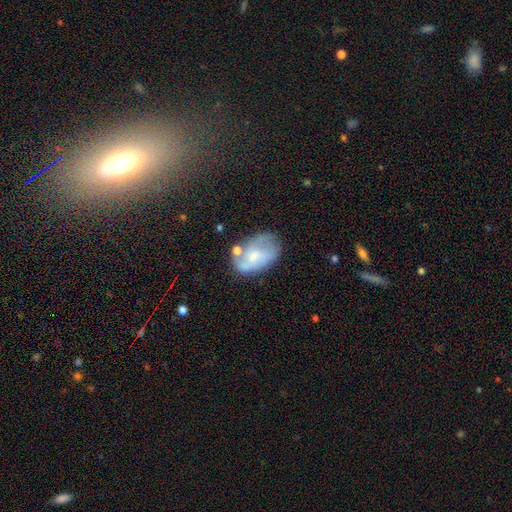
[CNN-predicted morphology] type=featured or disk (51%); edge-on=no (96%); merging=none (46%).